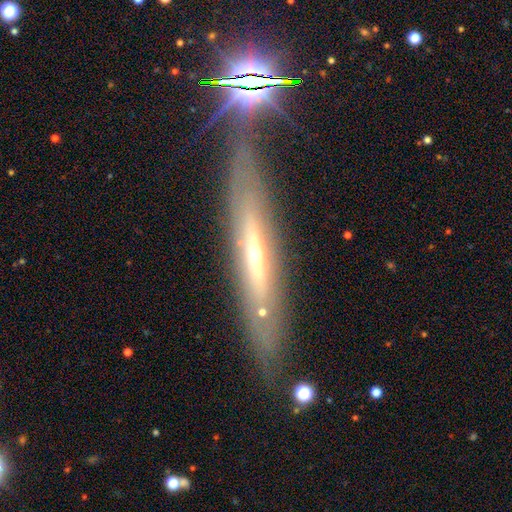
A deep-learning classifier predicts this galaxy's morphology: smooth-or-featured: featured or disk: 72% | smooth: 17% | star or artifact: 12%
  disk-edge-on: yes: 74% | no: 26%
    edge-on-bulge: rounded: 64% | none: 30% | boxy: 6%
  merging: none: 75% | minor disturbance: 15% | major disturbance: 6% | merger: 5%